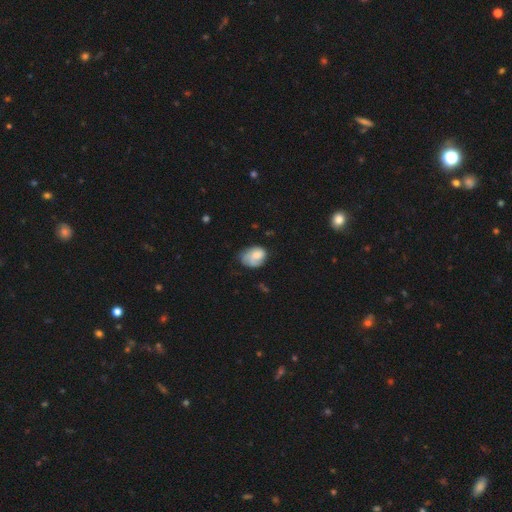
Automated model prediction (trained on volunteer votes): Morphology: type=smooth (66%); roundness=in between (69%); merging=none (42%).